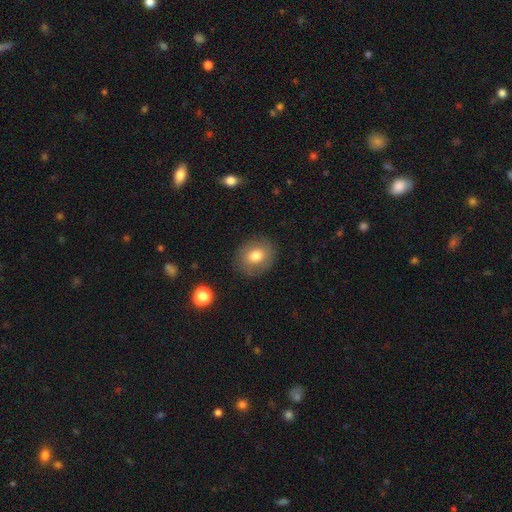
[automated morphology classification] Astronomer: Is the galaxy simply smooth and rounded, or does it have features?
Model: smooth — 76%.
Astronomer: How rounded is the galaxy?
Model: round — 66%.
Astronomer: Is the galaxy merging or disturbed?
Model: none — 86%.